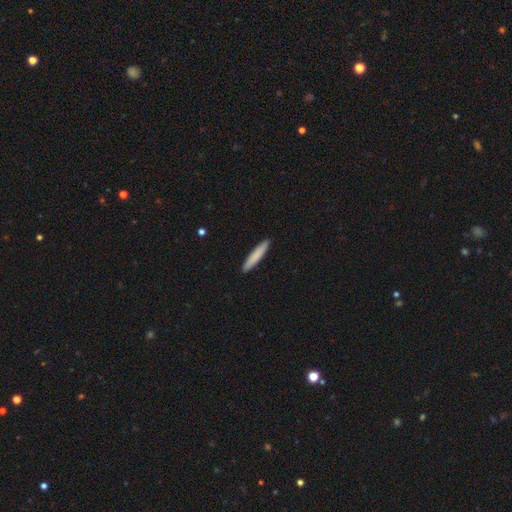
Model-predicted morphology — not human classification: Overall: smooth (82%). How rounded: cigar-shaped (93%). Merging: none (92%).